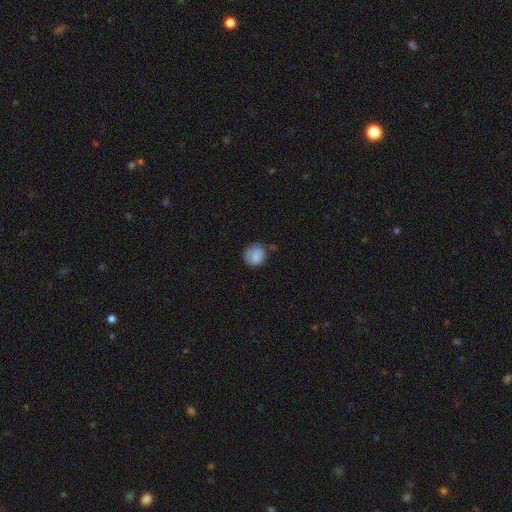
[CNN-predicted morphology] This appears to be a smooth galaxy with no disk features (83%) that is round (87%). Merging: none (63%).